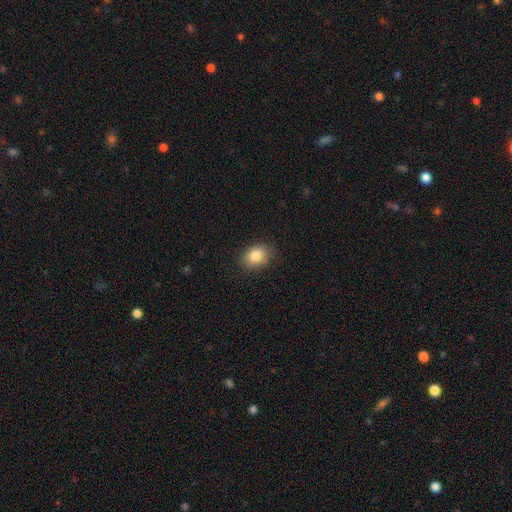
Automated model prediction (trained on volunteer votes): The model was most divided on "how rounded": in between: 61%, round: 38%, cigar-shaped: 1%. More confident: smooth or featured — smooth (85%); merging — none (85%).